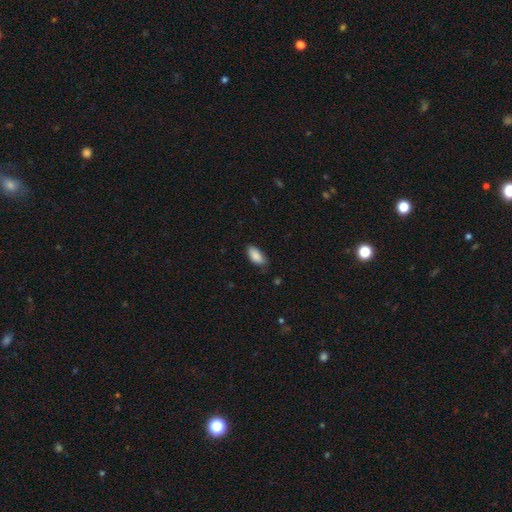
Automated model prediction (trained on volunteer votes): Overall: smooth (88%). How rounded: in between (90%). Merging: none (74%).